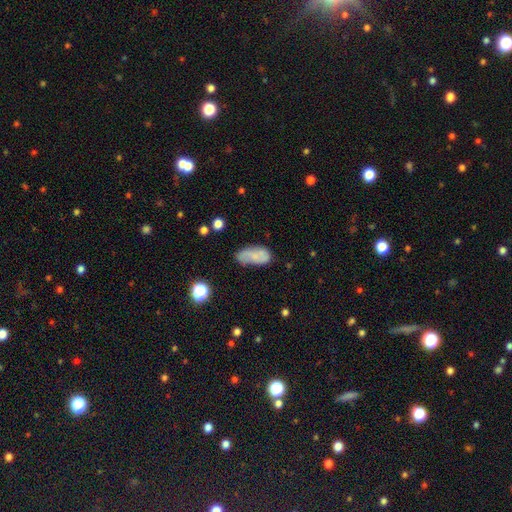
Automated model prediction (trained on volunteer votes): The model was most divided on "merging": none: 55%, minor disturbance: 29%, major disturbance: 11%, merger: 5%. More confident: how rounded — in between (89%); smooth or featured — smooth (65%).